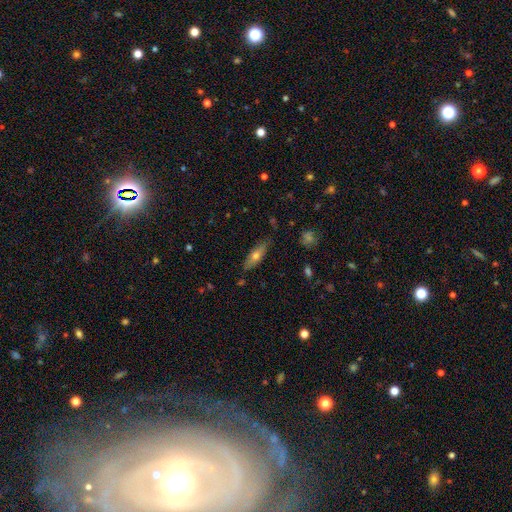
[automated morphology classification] A smooth galaxy with no disk features (61%) that is in between round and cigar-shaped (50%).

Vote fractions:
- Smooth or featured? smooth: 61% / featured or disk: 32% / star or artifact: 7%
- How rounded? in between: 50% / cigar-shaped: 47% / round: 3%
- Merging? none: 81% / minor disturbance: 15% / major disturbance: 3% / merger: 2%